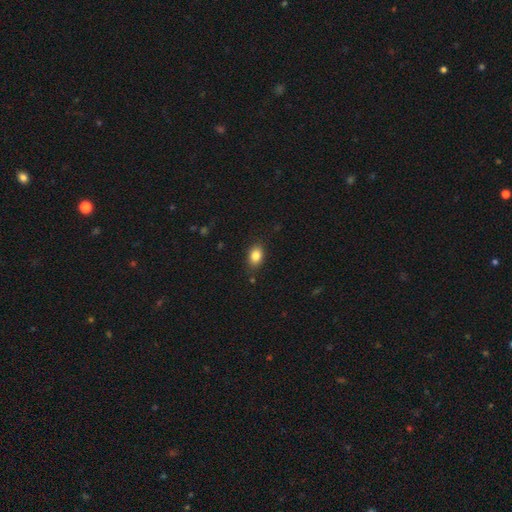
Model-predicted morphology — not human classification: This appears to be a smooth galaxy with no disk features (85%) that is in between round and cigar-shaped (79%). Merging: none (85%).